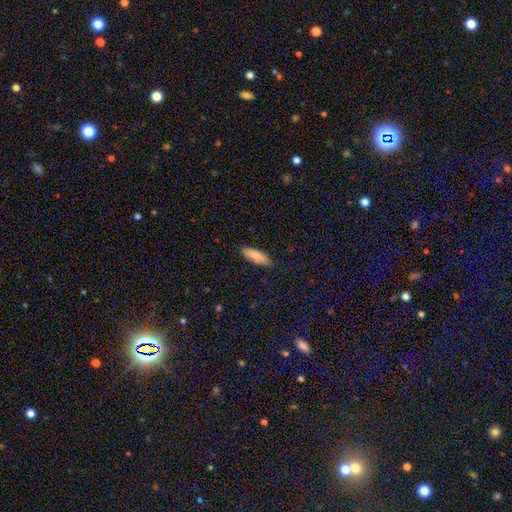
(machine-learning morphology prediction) This is clearly a smooth galaxy (83%). How rounded: possibly in between (54%). Merging: clearly none (85%).